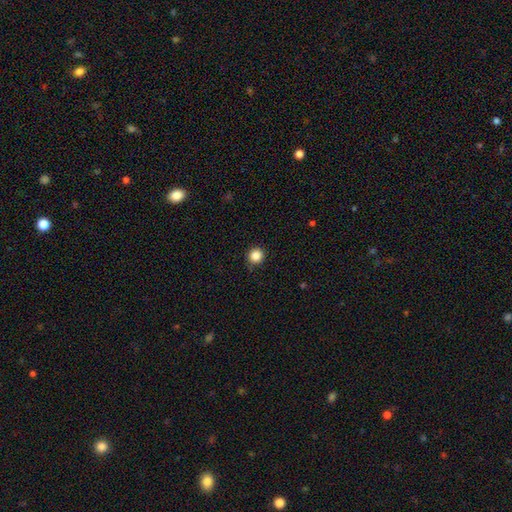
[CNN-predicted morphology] Smooth or featured? smooth (86%)
How rounded? round (95%)
Merging? none (89%)